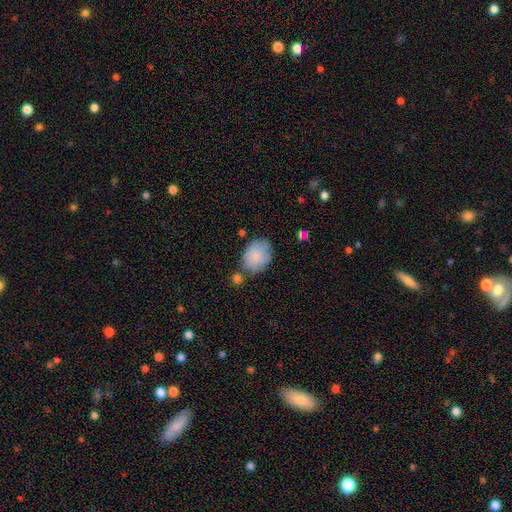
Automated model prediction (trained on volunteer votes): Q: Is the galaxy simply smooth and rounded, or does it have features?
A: smooth — 80%.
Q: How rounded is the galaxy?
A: in between — 64%.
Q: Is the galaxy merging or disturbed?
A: none — 62%.